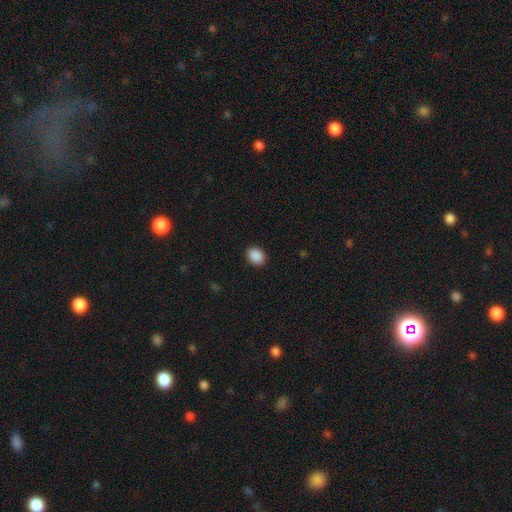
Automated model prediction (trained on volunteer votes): The model was most divided on "how rounded" (2-way tie): round: 50%, in between: 50%, cigar-shaped: 1%. More confident: merging — none (90%); smooth or featured — smooth (89%).